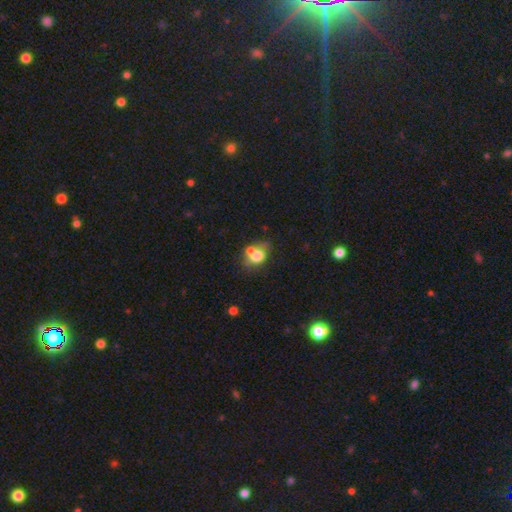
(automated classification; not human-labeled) Smooth or featured?
  - smooth: 69% *
  - featured or disk: 19%
  - star or artifact: 11%
How rounded?
  - in between: 54% *
  - round: 45%
  - cigar-shaped: 1%
Merging?
  - merger: 39% *
  - none: 37%
  - minor disturbance: 15%
  - major disturbance: 8%